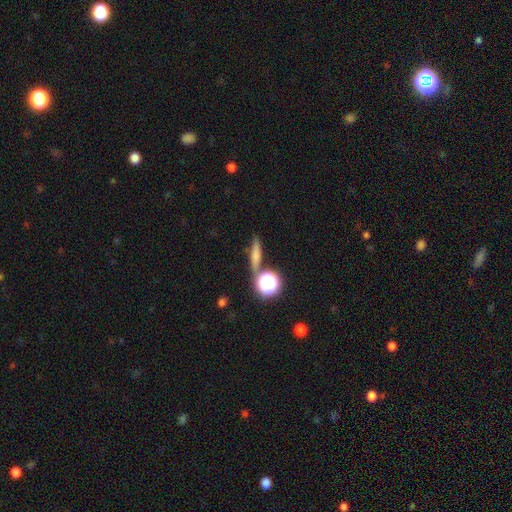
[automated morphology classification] A smooth galaxy with no disk features (55%) that is cigar-shaped (55%).

Vote fractions:
- Smooth or featured? smooth: 55% / featured or disk: 28% / star or artifact: 17%
- How rounded? cigar-shaped: 55% / round: 25% / in between: 20%
- Merging? none: 73% / minor disturbance: 13% / merger: 10% / major disturbance: 5%